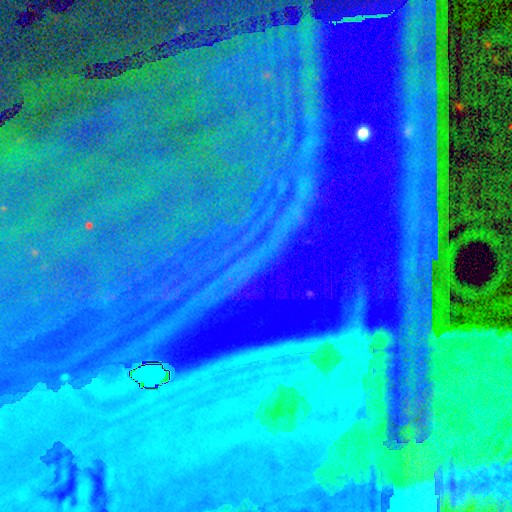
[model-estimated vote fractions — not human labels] The model was most divided on "smooth or featured": star or artifact: 87%, featured or disk: 7%, smooth: 5%.